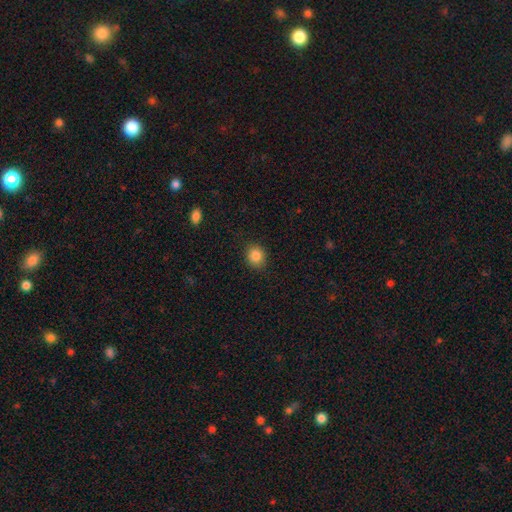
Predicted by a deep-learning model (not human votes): Morphology: type=smooth (85%); roundness=round (77%); merging=none (88%).